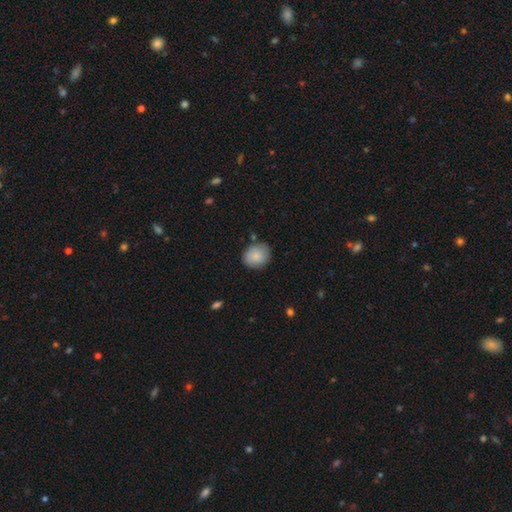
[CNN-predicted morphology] Overall: smooth (87%). How rounded: round (68%; in between 31%). Merging: none (79%).